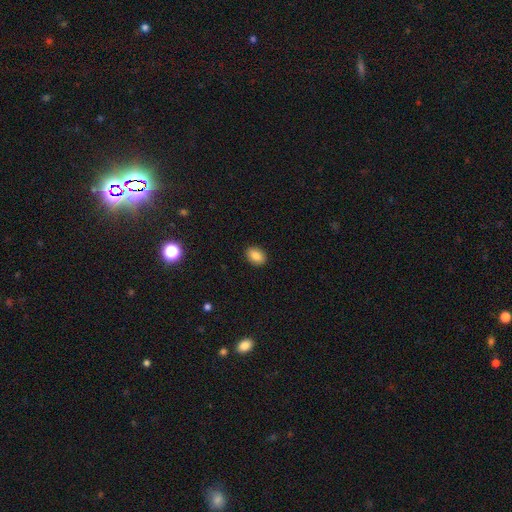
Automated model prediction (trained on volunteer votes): Smooth or featured? smooth (86%)
How rounded? in between (79%)
Merging? none (90%)